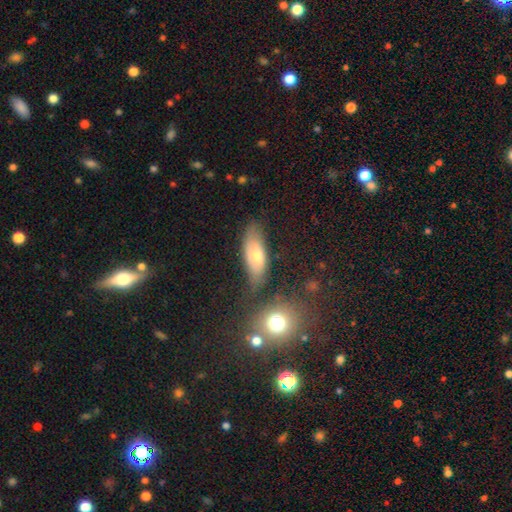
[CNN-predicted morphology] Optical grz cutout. It shows a smooth galaxy with no disk features (60%) that is in between round and cigar-shaped (69%). Merging: none (69%).